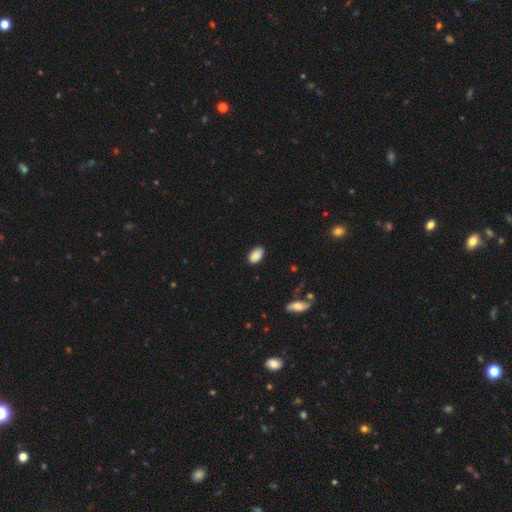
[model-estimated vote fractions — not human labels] Smooth or featured: smooth — 88% (star or artifact — 8%)
How rounded: in between — 92% (round — 6%)
Merging: none — 81% (minor disturbance — 15%)